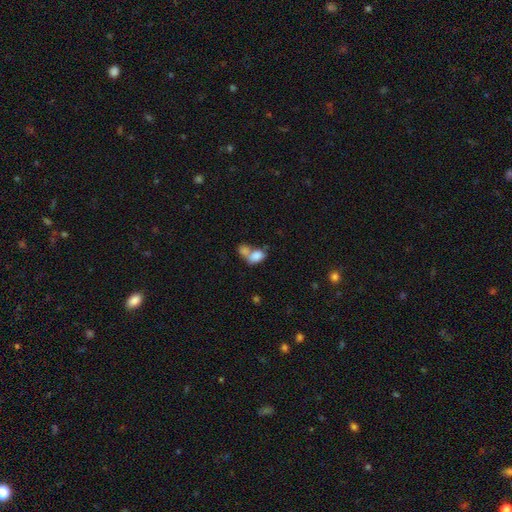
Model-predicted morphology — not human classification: Smooth or featured: smooth — 80% (featured or disk — 12%)
How rounded: in between — 81% (round — 17%)
Merging: merger — 67% (none — 19%)